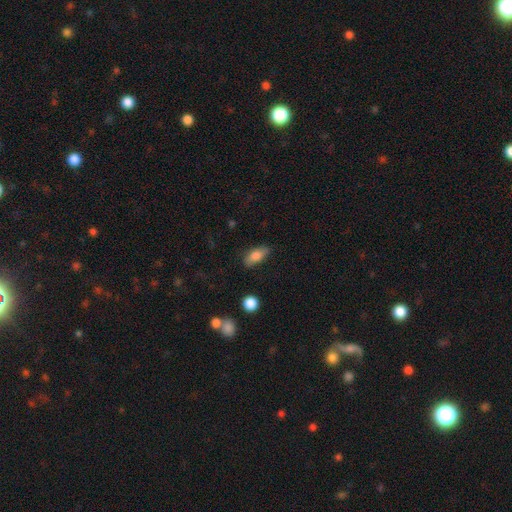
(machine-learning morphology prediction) A smooth galaxy with no disk features (80%) that is in between round and cigar-shaped (85%). Merging: none (80%).